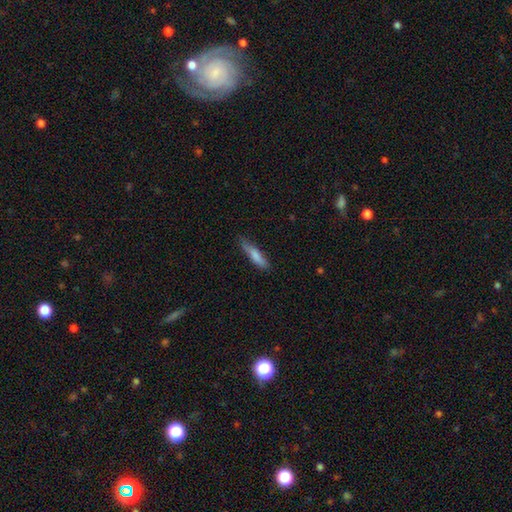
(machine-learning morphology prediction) A smooth galaxy with no disk features (79%) that is cigar-shaped (79%).

Vote fractions:
- Smooth or featured? smooth: 79% / featured or disk: 15% / star or artifact: 6%
- How rounded? cigar-shaped: 79% / in between: 19% / round: 1%
- Merging? none: 70% / minor disturbance: 24% / major disturbance: 4% / merger: 2%